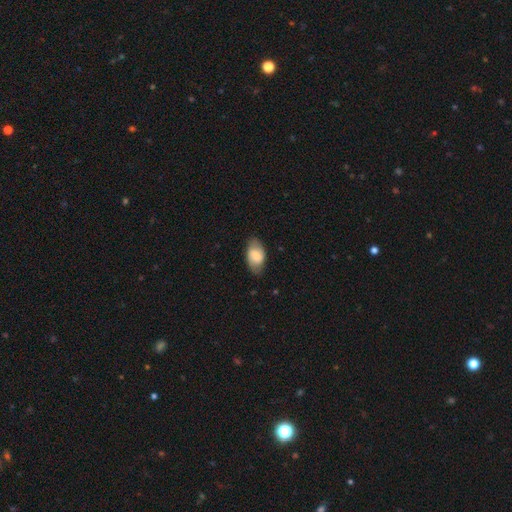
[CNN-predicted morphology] smooth_or_featured: smooth (p=0.69) [alt: featured or disk p=0.25]
how_rounded: in between (p=0.92) [alt: round p=0.06]
merging: none (p=0.78) [alt: minor disturbance p=0.17]